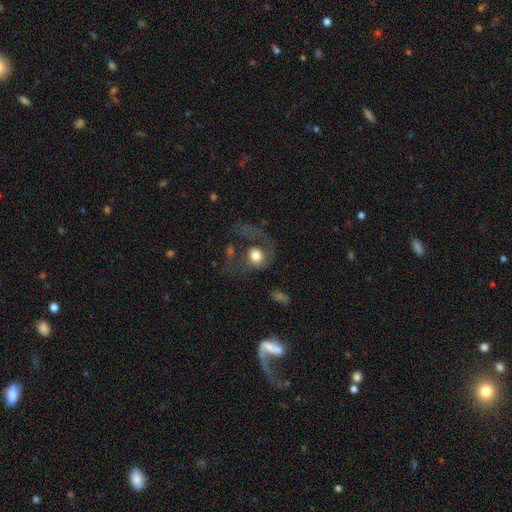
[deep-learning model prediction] Morphology: type=smooth (53%); roundness=round (70%); merging=major disturbance (54%).